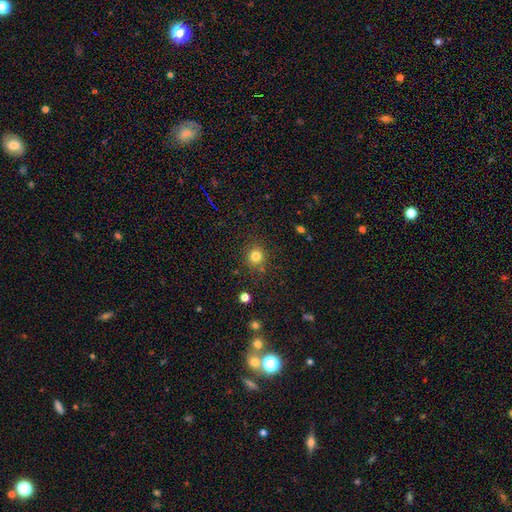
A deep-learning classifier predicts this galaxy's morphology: This is clearly a smooth galaxy (81%). How rounded: clearly round (89%). Merging: clearly none (84%).